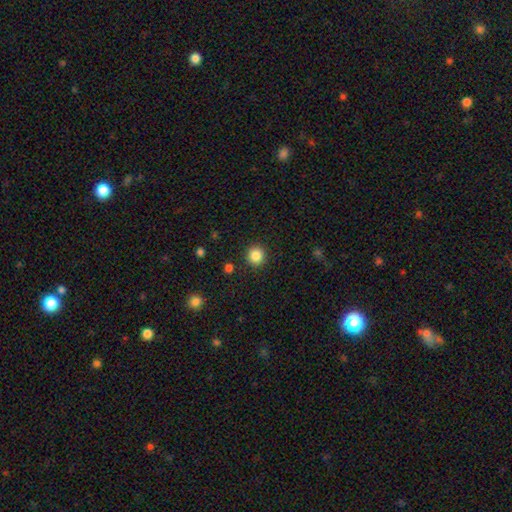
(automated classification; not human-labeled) A smooth galaxy with no disk features (86%) that is round (94%).

Vote fractions:
- Smooth or featured? smooth: 86% / star or artifact: 10% / featured or disk: 3%
- How rounded? round: 94% / in between: 5% / cigar-shaped: 1%
- Merging? none: 91% / minor disturbance: 5% / major disturbance: 2% / merger: 2%